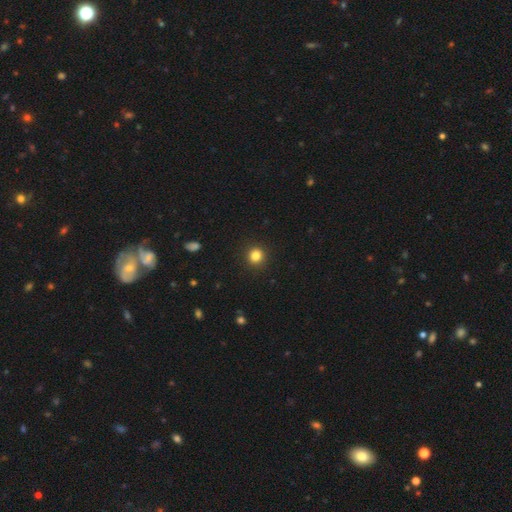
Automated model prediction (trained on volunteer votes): This is clearly a smooth galaxy (84%). How rounded: clearly round (90%). Merging: clearly none (92%).